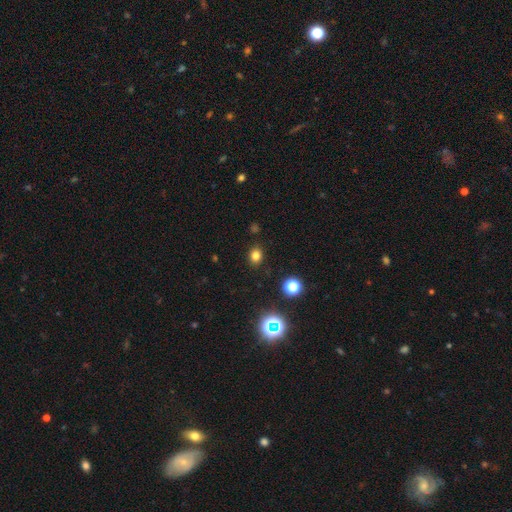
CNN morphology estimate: The model was most divided on "how rounded": round: 59%, in between: 40%, cigar-shaped: 1%. More confident: merging — none (88%); smooth or featured — smooth (77%).